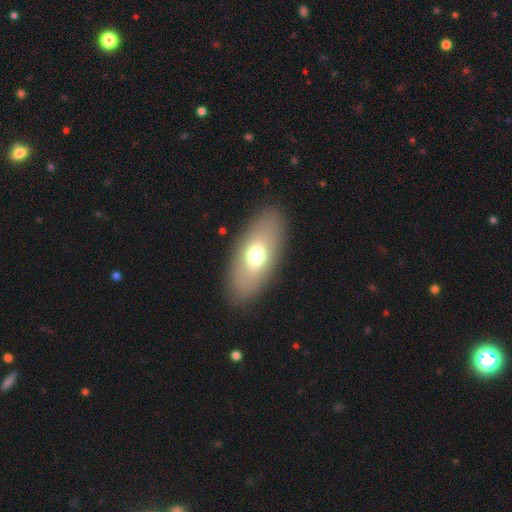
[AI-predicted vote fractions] Smooth or featured? smooth (65%)
How rounded? in between (87%)
Merging? none (87%)